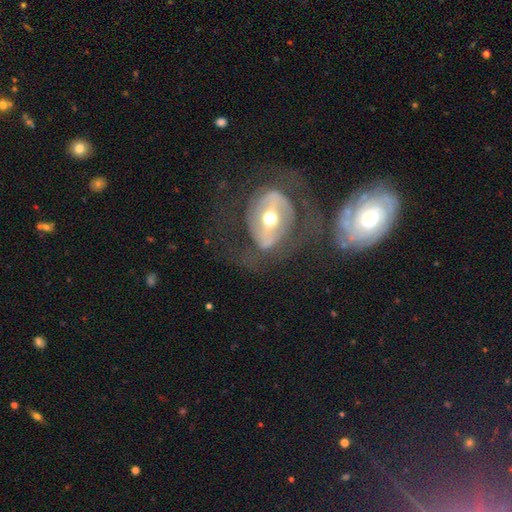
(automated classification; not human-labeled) Morphology: type=featured or disk (68%); edge-on=no (93%); bar=no (48%); spiral arms=yes (57%); bulge=moderate (68%); merging=none (43%).